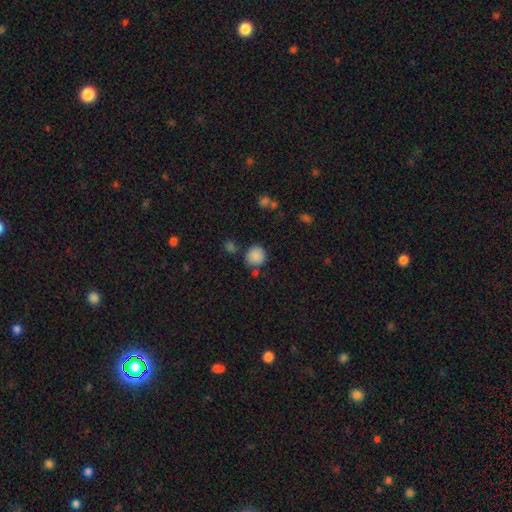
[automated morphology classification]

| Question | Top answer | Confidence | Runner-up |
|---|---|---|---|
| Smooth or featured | smooth | 86% | star or artifact (9%) |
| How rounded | round | 88% | in between (11%) |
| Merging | none | 73% | minor disturbance (14%) |